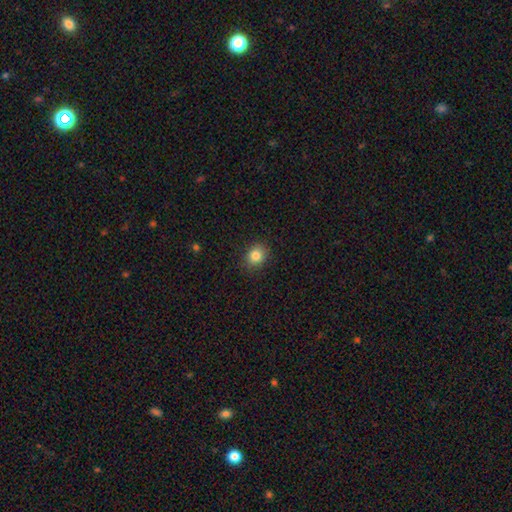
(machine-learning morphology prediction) smooth_or_featured: smooth (p=0.84) [alt: star or artifact p=0.10]
how_rounded: round (p=0.69) [alt: in between p=0.30]
merging: none (p=0.86) [alt: minor disturbance p=0.10]